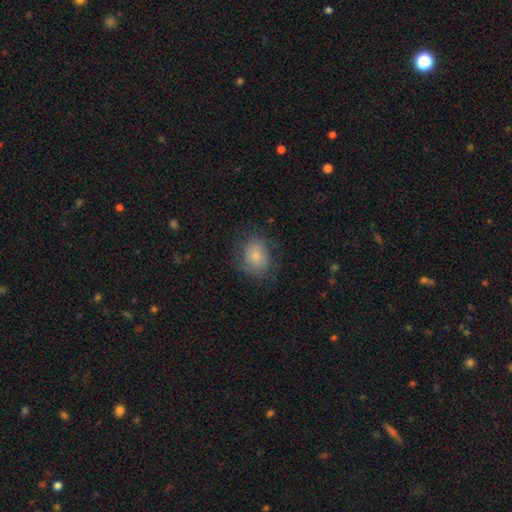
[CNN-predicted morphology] This is likely a smooth galaxy (71%). How rounded: possibly in between (54%). Merging: likely none (67%).